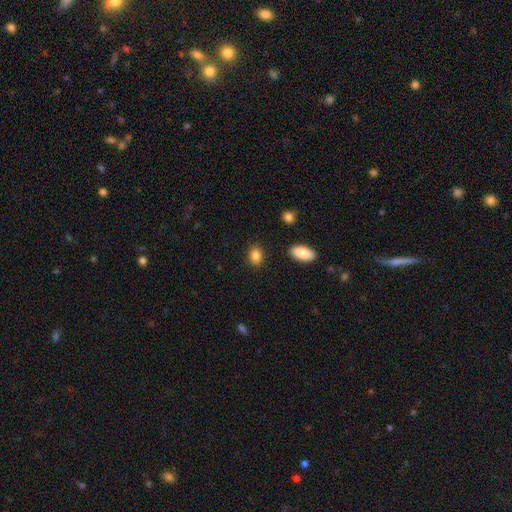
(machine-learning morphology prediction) smooth-or-featured: smooth: 87% | star or artifact: 8% | featured or disk: 5%
  how-rounded: in between: 77% | round: 21% | cigar-shaped: 2%
  merging: none: 87% | minor disturbance: 9% | major disturbance: 2% | merger: 2%